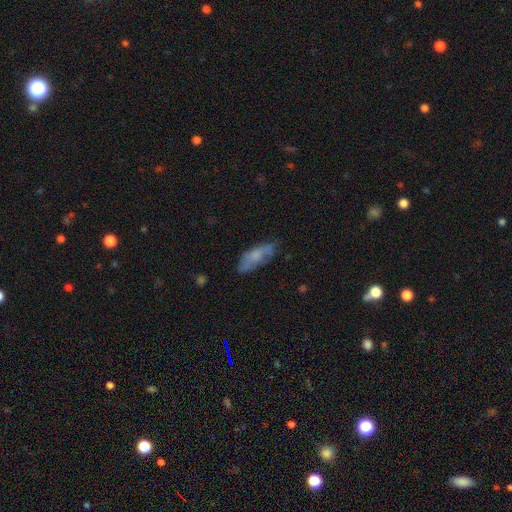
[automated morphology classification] smooth_or_featured: smooth (p=0.57) [alt: featured or disk p=0.35]
how_rounded: in between (p=0.67) [alt: cigar-shaped p=0.30]
merging: none (p=0.63) [alt: minor disturbance p=0.25]